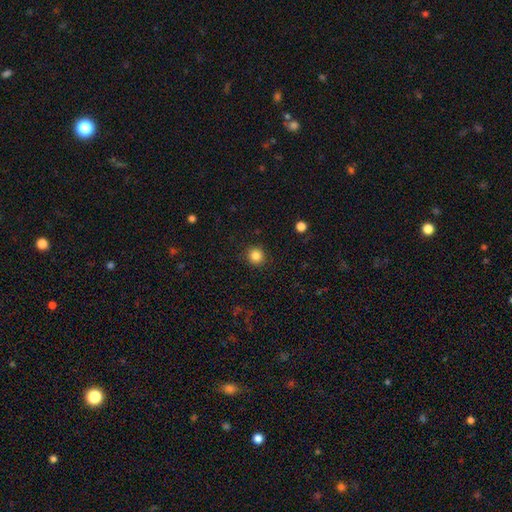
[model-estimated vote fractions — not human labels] Q: Smooth or featured?
A: smooth (85%); runner-up: star or artifact (11%)
Q: How rounded?
A: round (92%); runner-up: in between (7%)
Q: Merging?
A: none (91%); runner-up: minor disturbance (6%)